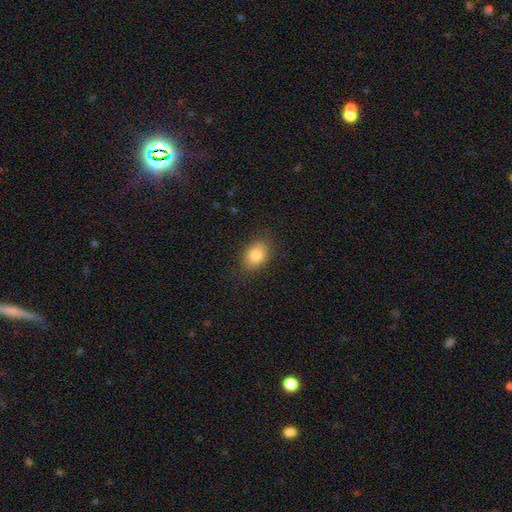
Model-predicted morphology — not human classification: Smooth or featured?
  - smooth: 84% *
  - star or artifact: 8%
  - featured or disk: 8%
How rounded?
  - in between: 79% *
  - round: 20%
  - cigar-shaped: 1%
Merging?
  - none: 84% *
  - minor disturbance: 12%
  - major disturbance: 3%
  - merger: 1%